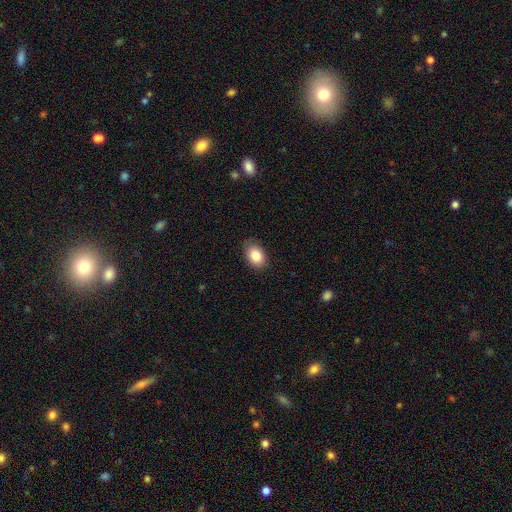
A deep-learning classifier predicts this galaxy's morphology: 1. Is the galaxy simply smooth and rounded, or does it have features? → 84% smooth, 8% star or artifact, 8% featured or disk.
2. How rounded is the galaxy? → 81% in between, 18% round, 1% cigar-shaped.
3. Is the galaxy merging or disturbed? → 81% none, 15% minor disturbance, 3% major disturbance, 1% merger.